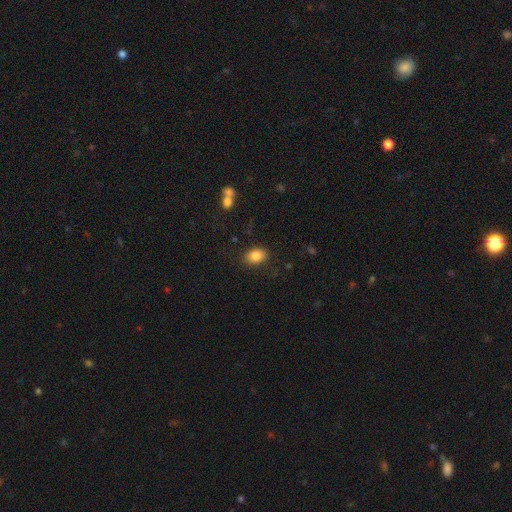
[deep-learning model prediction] smooth_or_featured: smooth (p=0.85) [alt: star or artifact p=0.08]
how_rounded: in between (p=0.80) [alt: round p=0.19]
merging: none (p=0.83) [alt: minor disturbance p=0.12]